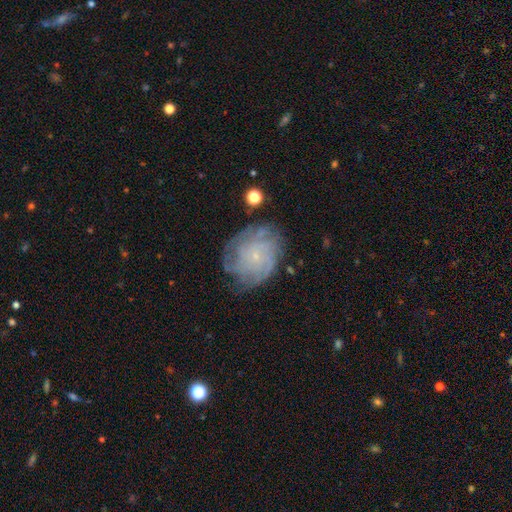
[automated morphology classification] Q: Smooth or featured?
A: featured or disk (75%); runner-up: smooth (17%)
Q: Edge-on disk?
A: no (97%); runner-up: yes (3%)
Q: Bar?
A: no (81%); runner-up: weak (16%)
Q: Spiral arms?
A: yes (92%); runner-up: no (8%)
Q: Spiral winding?
A: tight (66%); runner-up: medium (26%)
Q: Spiral arm count?
A: can't tell (36%); runner-up: 4 (24%)
Q: Bulge size?
A: small (86%); runner-up: moderate (7%)
Q: Merging?
A: none (70%); runner-up: minor disturbance (19%)